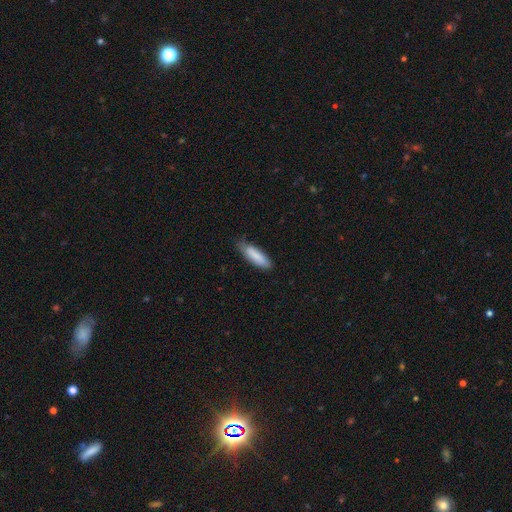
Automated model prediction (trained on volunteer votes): Smooth or featured?
  - smooth: 85% *
  - featured or disk: 9%
  - star or artifact: 6%
How rounded?
  - cigar-shaped: 58% *
  - in between: 40%
  - round: 1%
Merging?
  - none: 71% *
  - minor disturbance: 24%
  - major disturbance: 4%
  - merger: 1%